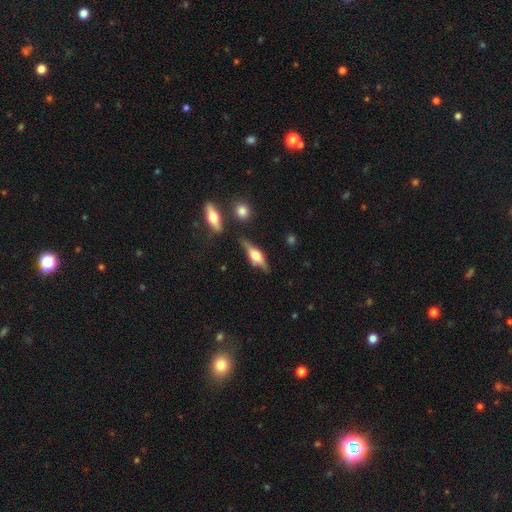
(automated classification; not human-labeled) Smooth or featured: featured or disk — 63% (smooth — 30%)
Edge-on disk: yes — 93% (no — 7%)
Edge-on bulge: rounded — 89% (boxy — 9%)
Merging: none — 70% (minor disturbance — 18%)